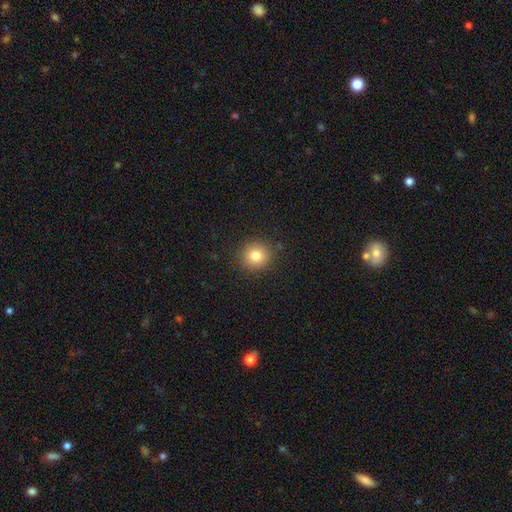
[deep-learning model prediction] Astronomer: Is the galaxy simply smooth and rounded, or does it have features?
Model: smooth — 80%.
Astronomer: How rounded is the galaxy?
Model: round — 89%.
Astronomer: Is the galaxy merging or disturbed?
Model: none — 89%.